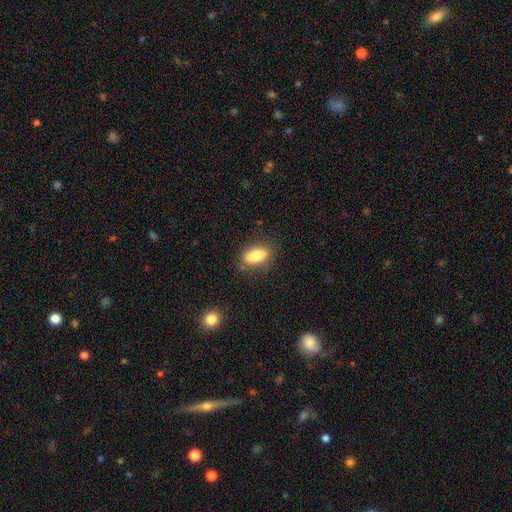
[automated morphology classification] A smooth galaxy with no disk features (78%) that is in between round and cigar-shaped (84%).

Vote fractions:
- Smooth or featured? smooth: 78% / featured or disk: 14% / star or artifact: 8%
- How rounded? in between: 84% / cigar-shaped: 11% / round: 5%
- Merging? none: 76% / minor disturbance: 17% / major disturbance: 4% / merger: 3%